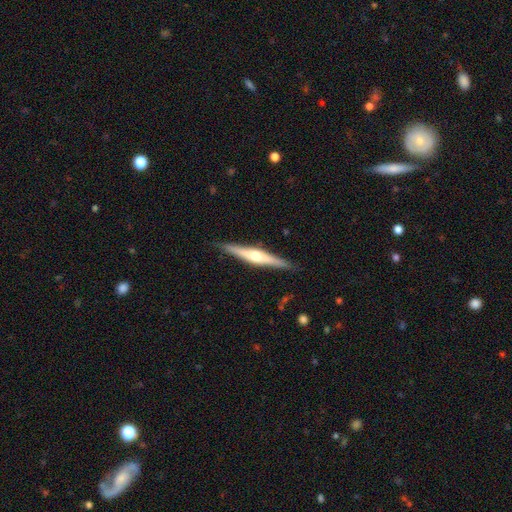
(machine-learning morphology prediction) Smooth or featured? Predicted: featured or disk (p=0.70). Edge-on disk? Predicted: yes (p=0.97). Edge-on bulge? Predicted: rounded (p=0.89). Merging? Predicted: none (p=0.89).